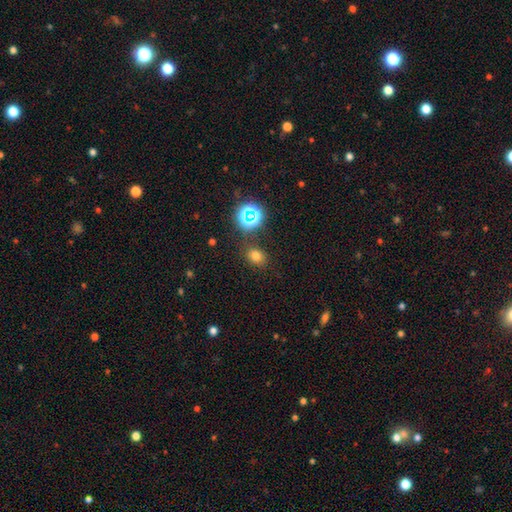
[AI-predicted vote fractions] Smooth or featured? Predicted: smooth (p=0.71). How rounded? Predicted: round (p=0.52). Merging? Predicted: none (p=0.79).